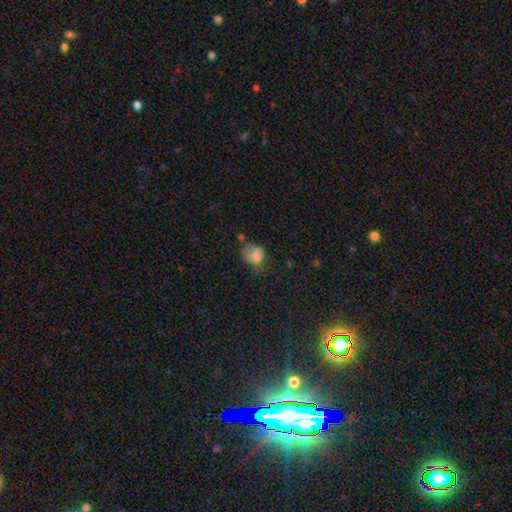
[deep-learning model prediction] smooth 71%, featured or disk 17%, star or artifact 13%. Down the decision tree: how rounded — in between (65%); merging — minor disturbance (31%).